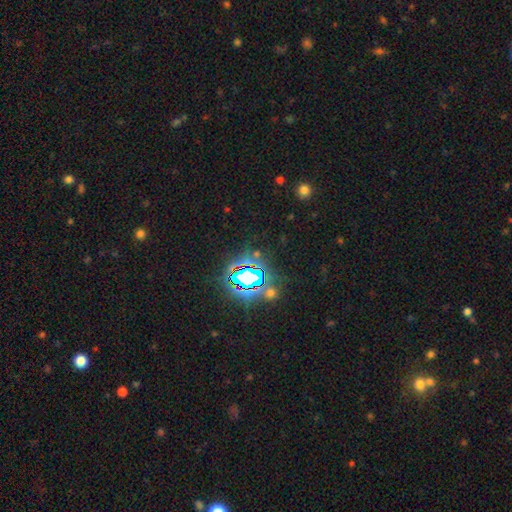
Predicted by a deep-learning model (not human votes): Smooth or featured? Predicted: star or artifact (p=0.77).